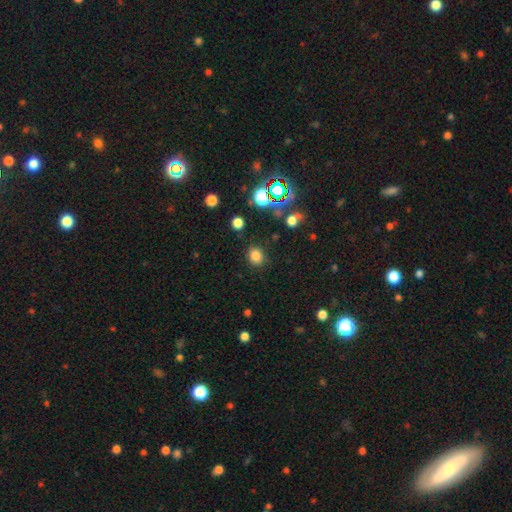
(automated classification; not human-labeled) Smooth or featured: smooth — 78% (star or artifact — 17%)
How rounded: round — 65% (in between — 34%)
Merging: none — 85% (minor disturbance — 10%)